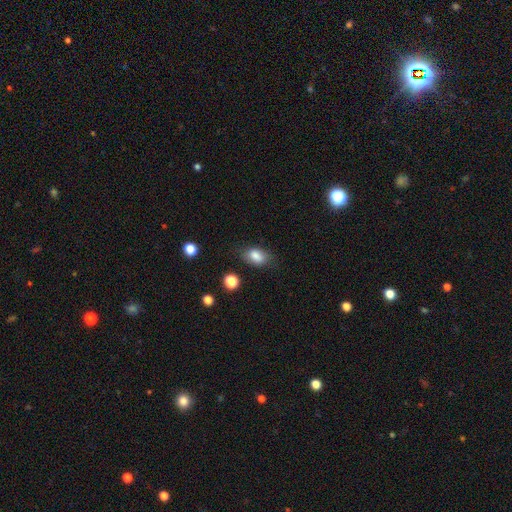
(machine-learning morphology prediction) The model was most divided on "merging": none: 76%, minor disturbance: 17%, major disturbance: 5%, merger: 2%. More confident: how rounded — in between (86%); smooth or featured — smooth (83%).